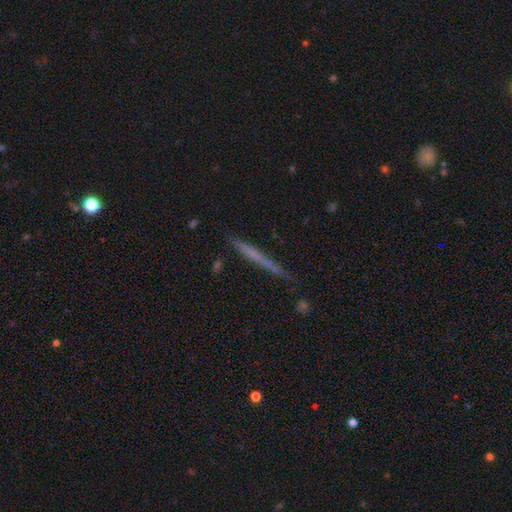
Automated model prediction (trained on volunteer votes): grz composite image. It shows a smooth galaxy with no disk features (49%). Merging: none (83%).